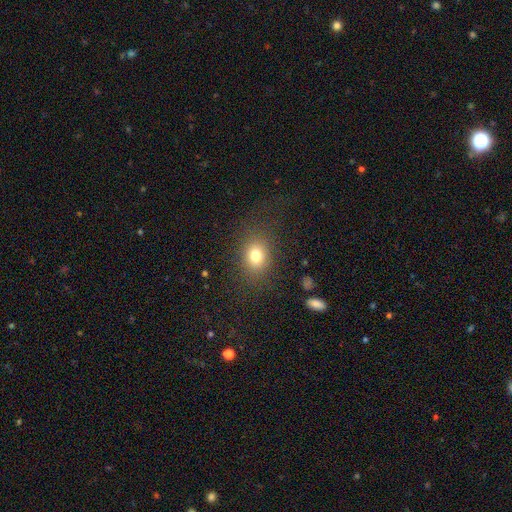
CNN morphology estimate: A smooth galaxy with no disk features (78%) that is in between round and cigar-shaped (57%).

Vote fractions:
- Smooth or featured? smooth: 78% / star or artifact: 12% / featured or disk: 9%
- How rounded? in between: 57% / round: 42% / cigar-shaped: 1%
- Merging? none: 82% / minor disturbance: 10% / major disturbance: 6% / merger: 1%